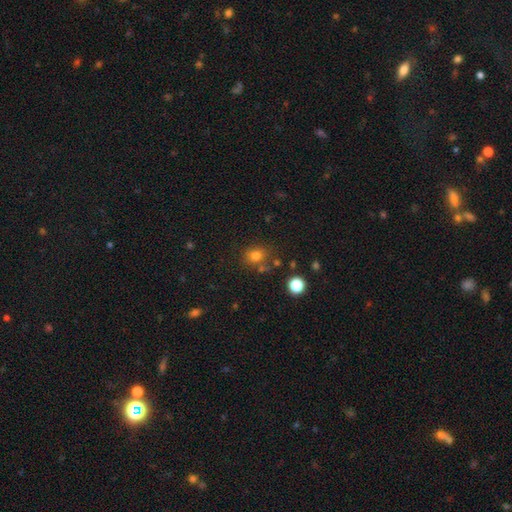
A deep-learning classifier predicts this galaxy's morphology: smooth-or-featured: smooth: 77% | star or artifact: 16% | featured or disk: 8%
  how-rounded: round: 65% | in between: 34% | cigar-shaped: 1%
  merging: none: 70% | minor disturbance: 15% | merger: 10% | major disturbance: 5%